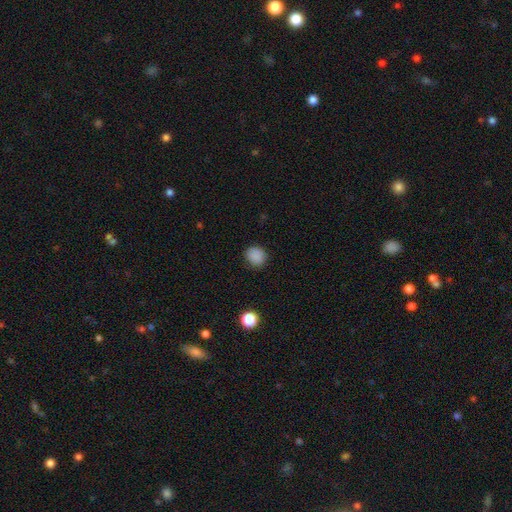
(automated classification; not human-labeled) A smooth galaxy with no disk features (85%) that is round (79%).

Vote fractions:
- Smooth or featured? smooth: 85% / star or artifact: 12% / featured or disk: 3%
- How rounded? round: 79% / in between: 20% / cigar-shaped: 1%
- Merging? none: 85% / minor disturbance: 11% / major disturbance: 3% / merger: 1%